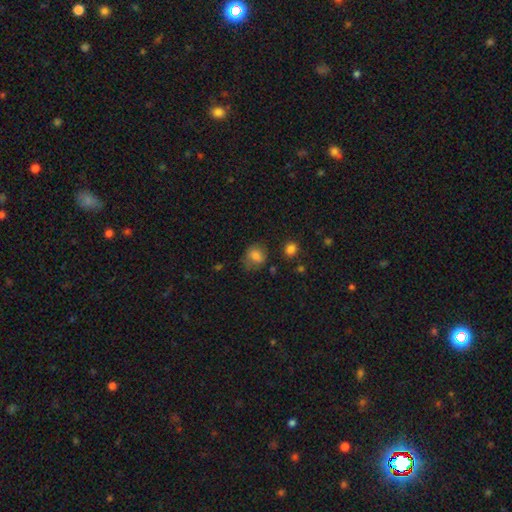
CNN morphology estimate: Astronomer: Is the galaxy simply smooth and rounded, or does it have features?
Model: smooth — 79%.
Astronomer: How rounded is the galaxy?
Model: round — 63%.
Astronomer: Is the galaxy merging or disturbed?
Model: none — 59%.